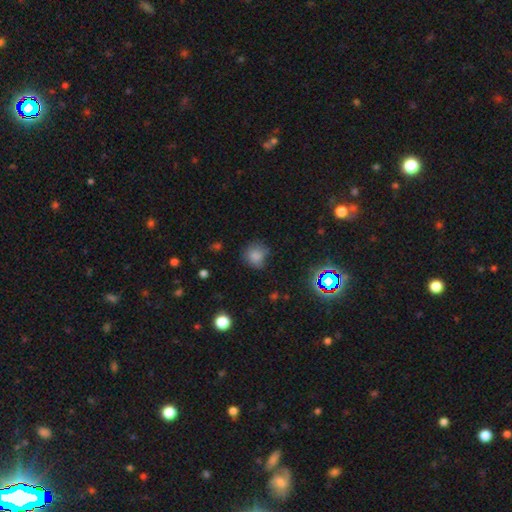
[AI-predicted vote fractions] This is likely a smooth galaxy (77%). How rounded: clearly round (85%). Merging: likely none (70%).